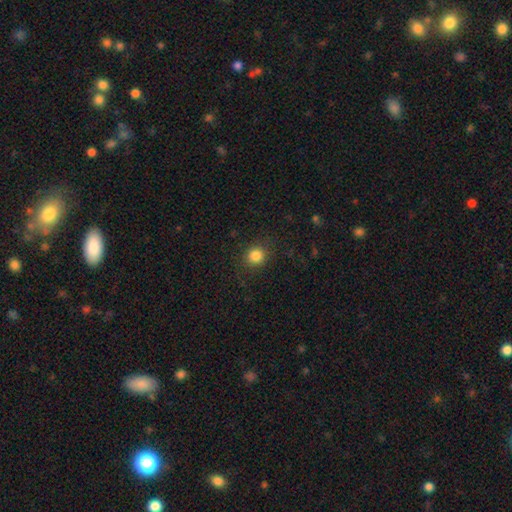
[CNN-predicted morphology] Overall: smooth (83%). How rounded: round (87%). Merging: none (86%).